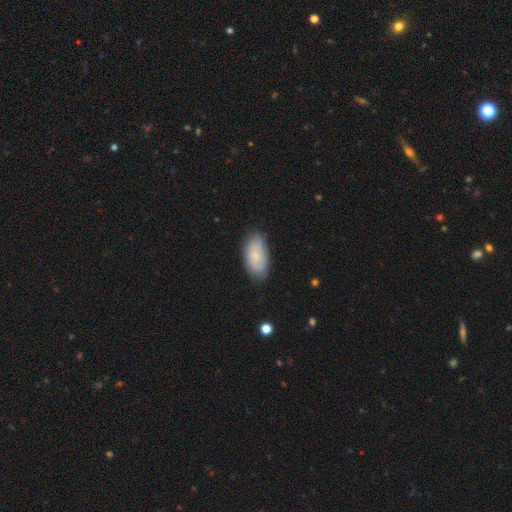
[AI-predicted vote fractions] smooth_or_featured: smooth (p=0.68) [alt: featured or disk p=0.25]
how_rounded: in between (p=0.94) [alt: round p=0.03]
merging: none (p=0.71) [alt: minor disturbance p=0.23]